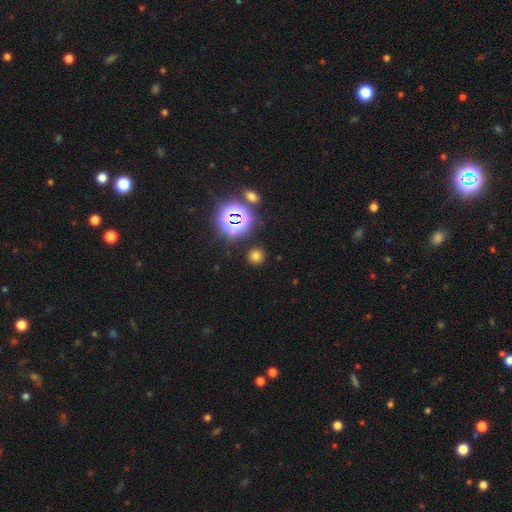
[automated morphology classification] This is likely a smooth galaxy (66%). How rounded: clearly round (91%). Merging: clearly none (89%).